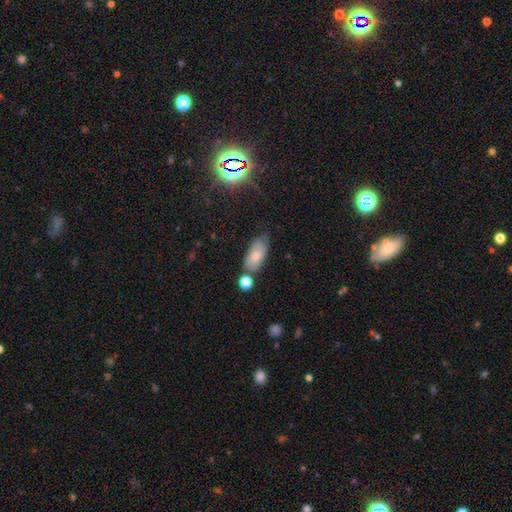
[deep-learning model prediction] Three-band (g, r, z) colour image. It shows a smooth galaxy with no disk features (76%) that is in between round and cigar-shaped (87%). Merging: none (59%).